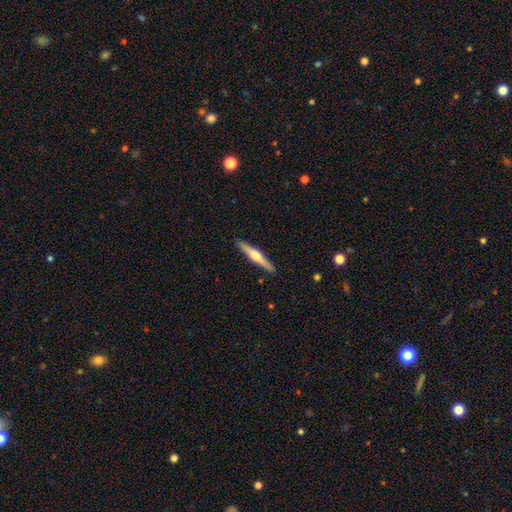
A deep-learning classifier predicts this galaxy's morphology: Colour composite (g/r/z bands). It shows a featured or disk galaxy (65%) viewed edge-on (97%) with a rounded central bulge (93%). Merging: none (91%).